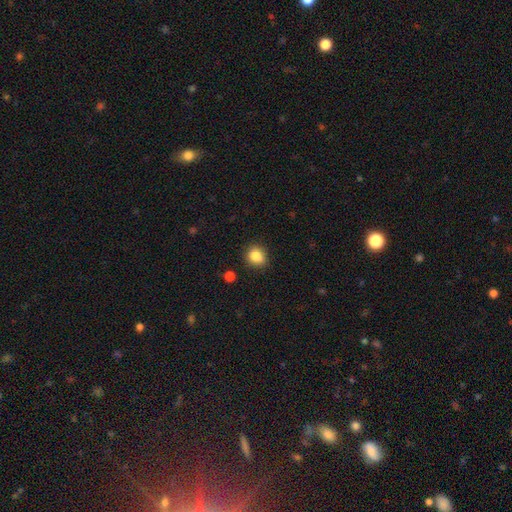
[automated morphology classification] Smooth or featured?
  - smooth: 85% *
  - star or artifact: 10%
  - featured or disk: 5%
How rounded?
  - round: 71% *
  - in between: 28%
  - cigar-shaped: 1%
Merging?
  - none: 79% *
  - minor disturbance: 15%
  - major disturbance: 3%
  - merger: 3%